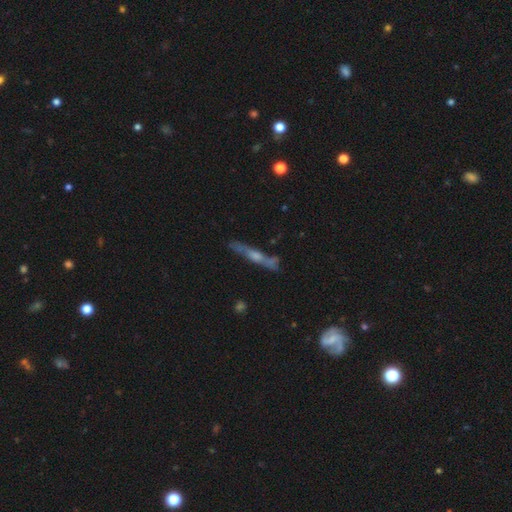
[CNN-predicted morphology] Smooth or featured?
  - featured or disk: 68% *
  - smooth: 23%
  - star or artifact: 8%
Edge-on disk?
  - yes: 88% *
  - no: 12%
Edge-on bulge?
  - rounded: 70% *
  - none: 19%
  - boxy: 11%
Merging?
  - none: 75% *
  - minor disturbance: 16%
  - major disturbance: 4%
  - merger: 4%